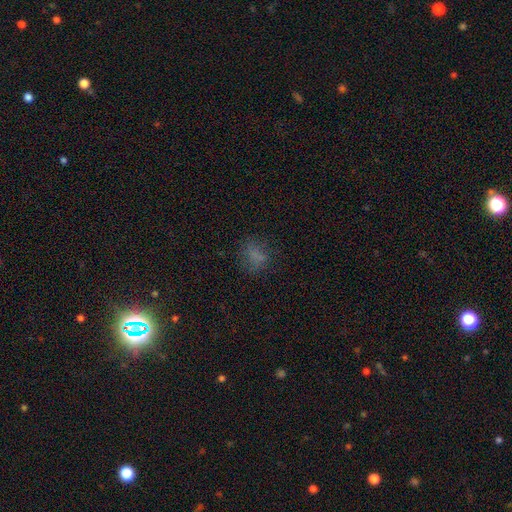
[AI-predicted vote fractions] smooth_or_featured: smooth (p=0.67) [alt: star or artifact p=0.21]
how_rounded: in between (p=0.49) [alt: round p=0.48]
merging: none (p=0.68) [alt: minor disturbance p=0.18]